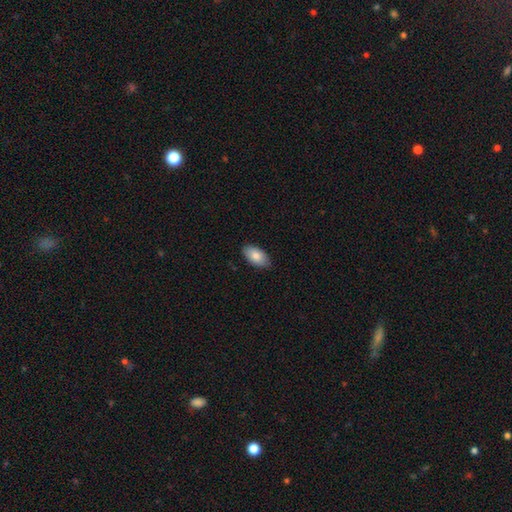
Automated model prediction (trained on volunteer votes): smooth-or-featured: smooth: 84% | featured or disk: 10% | star or artifact: 6%
  how-rounded: in between: 95% | round: 3% | cigar-shaped: 2%
  merging: none: 86% | minor disturbance: 11% | major disturbance: 2% | merger: 1%